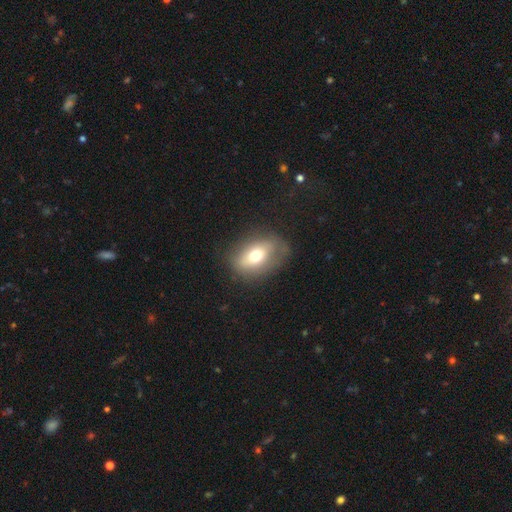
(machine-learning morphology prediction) This is likely a smooth galaxy (65%). How rounded: likely in between (78%). Merging: likely none (66%).